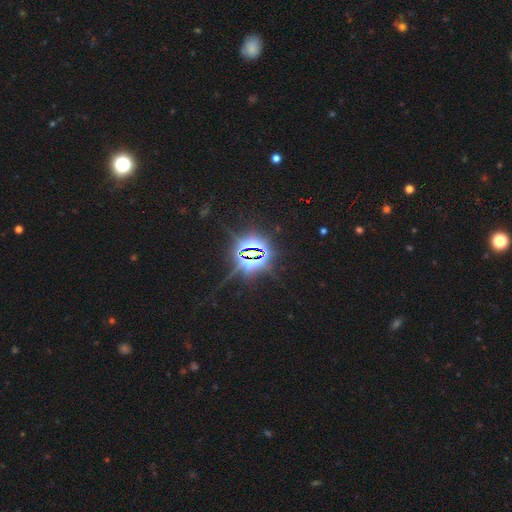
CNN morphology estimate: smooth_or_featured: star or artifact (p=0.85) [alt: smooth p=0.08]